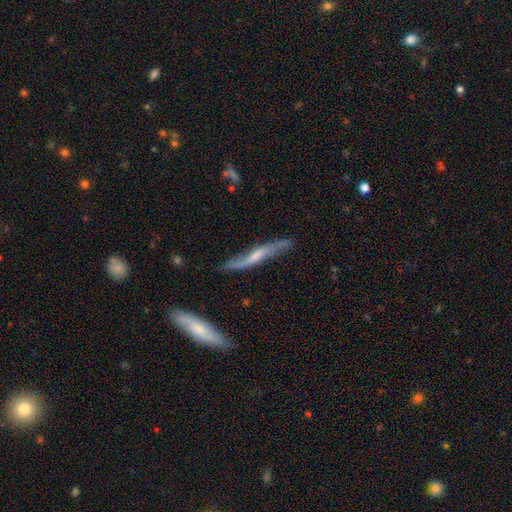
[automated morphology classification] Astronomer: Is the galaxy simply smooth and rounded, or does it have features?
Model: featured or disk — 68%.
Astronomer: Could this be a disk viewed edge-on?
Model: yes — 64%.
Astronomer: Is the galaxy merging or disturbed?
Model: none — 72%.